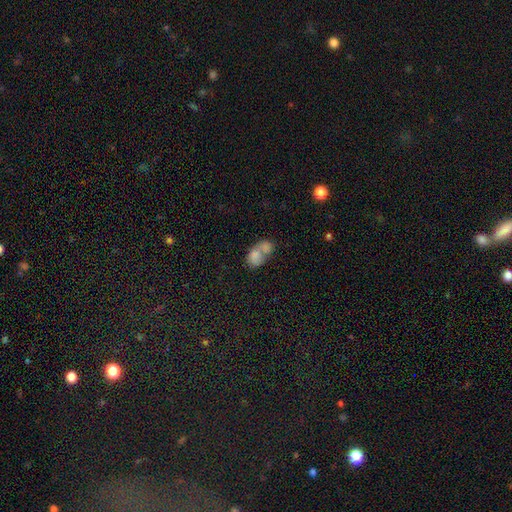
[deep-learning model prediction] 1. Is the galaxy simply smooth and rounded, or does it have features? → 76% smooth, 16% featured or disk, 8% star or artifact.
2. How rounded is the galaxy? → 71% in between, 28% round, 2% cigar-shaped.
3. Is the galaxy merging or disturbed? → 75% merger, 14% none, 6% minor disturbance, 5% major disturbance.